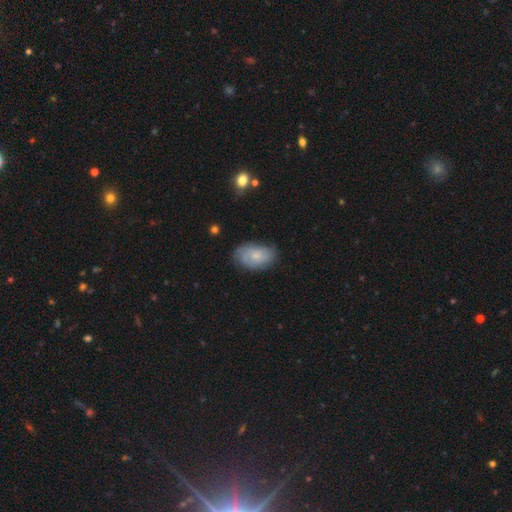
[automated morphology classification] Q: Smooth or featured?
A: smooth (49%); runner-up: featured or disk (44%)
Q: Merging?
A: none (70%); runner-up: minor disturbance (23%)